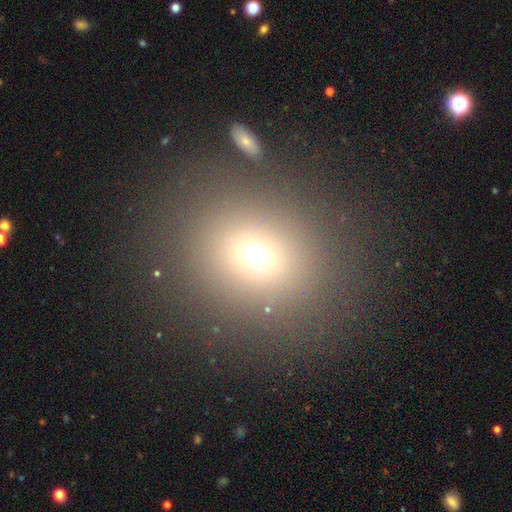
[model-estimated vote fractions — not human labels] smooth 67%, star or artifact 22%, featured or disk 11%. Down the decision tree: how rounded — round (77%); merging — none (79%).